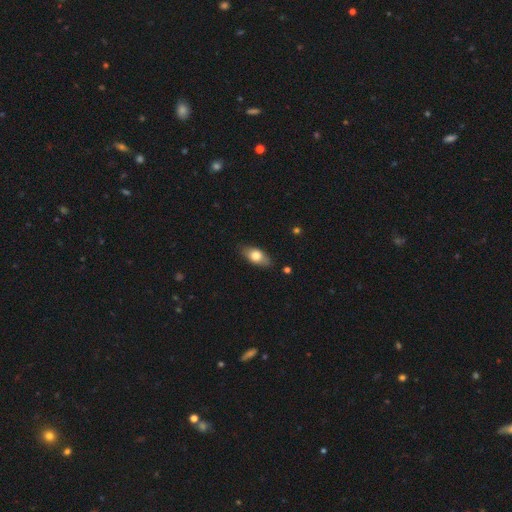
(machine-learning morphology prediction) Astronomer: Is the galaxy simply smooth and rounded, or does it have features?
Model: smooth — 74%.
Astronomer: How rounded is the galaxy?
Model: in between — 87%.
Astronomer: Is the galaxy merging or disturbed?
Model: none — 83%.